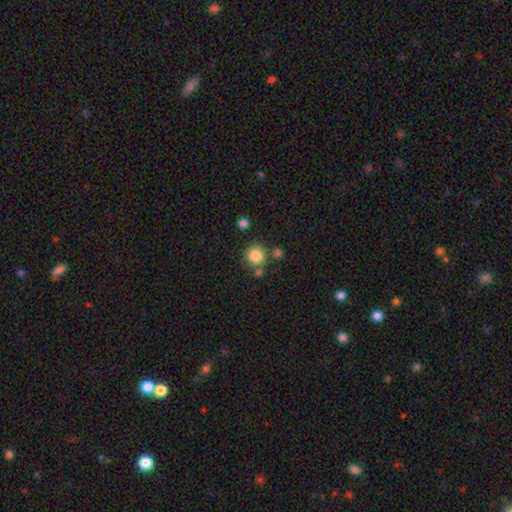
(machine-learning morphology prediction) smooth-or-featured: smooth: 84% | star or artifact: 11% | featured or disk: 5%
  how-rounded: round: 93% | in between: 6% | cigar-shaped: 1%
  merging: none: 75% | merger: 12% | minor disturbance: 10% | major disturbance: 3%